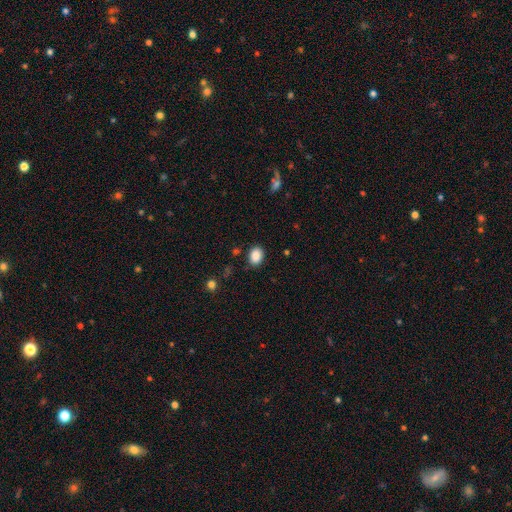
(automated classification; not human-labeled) A smooth galaxy with no disk features (88%) that is in between round and cigar-shaped (66%). Merging: none (85%).